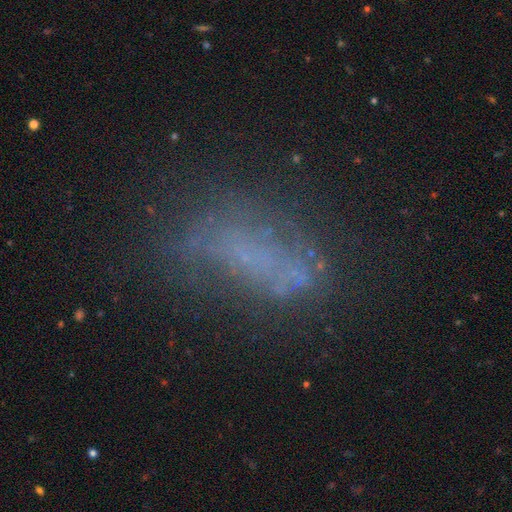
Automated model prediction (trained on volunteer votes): featured or disk 40%, smooth 39%, star or artifact 22%. Down the decision tree: merging — none (51%).